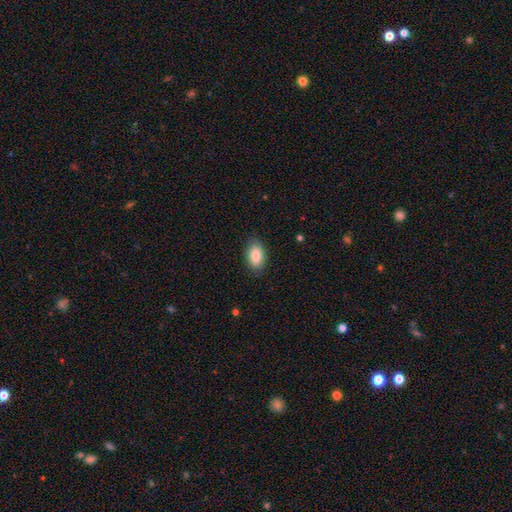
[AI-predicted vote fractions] smooth 87%, star or artifact 7%, featured or disk 6%. Down the decision tree: how rounded — in between (92%); merging — none (86%).